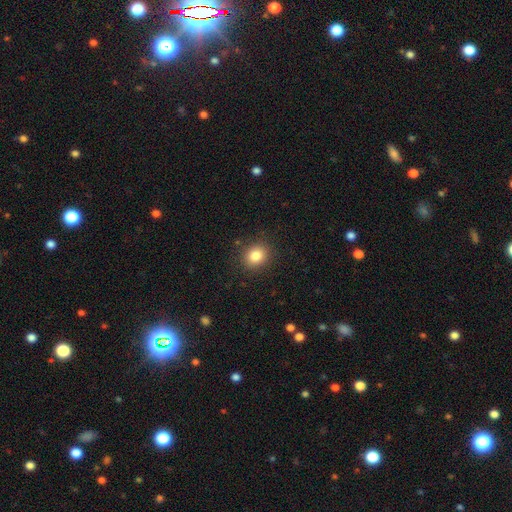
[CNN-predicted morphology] A smooth galaxy with no disk features (83%) that is round (71%). Merging: none (88%).